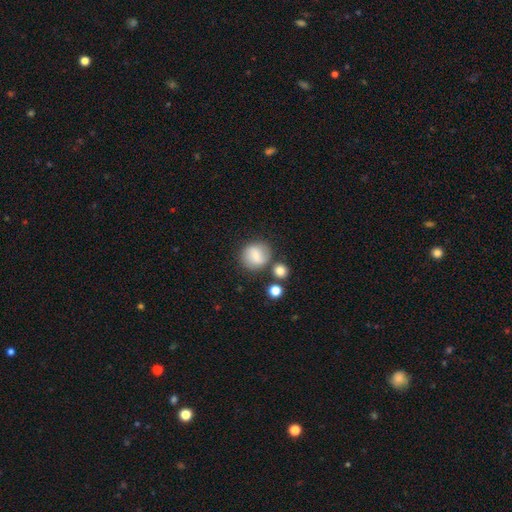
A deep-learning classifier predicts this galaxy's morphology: Smooth or featured? smooth (69%)
How rounded? round (85%)
Merging? none (72%)